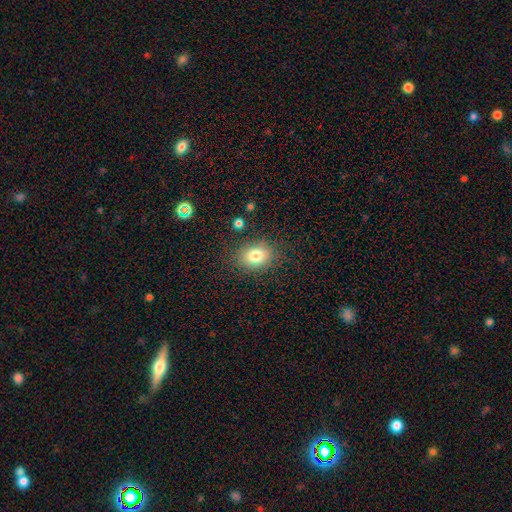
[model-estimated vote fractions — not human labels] Smooth or featured? Predicted: smooth (p=0.80). How rounded? Predicted: in between (p=0.62). Merging? Predicted: none (p=0.83).